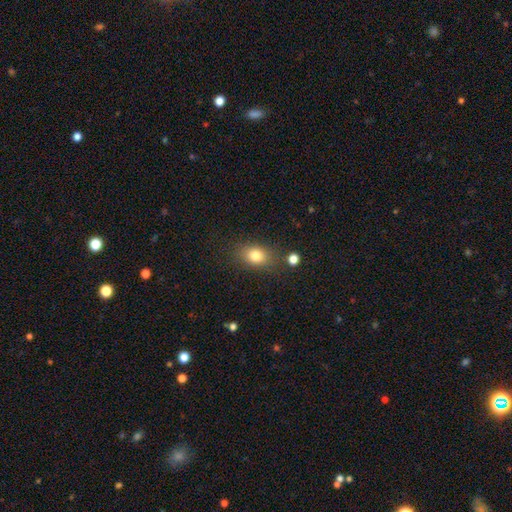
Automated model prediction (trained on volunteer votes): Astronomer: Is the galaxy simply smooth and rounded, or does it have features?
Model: smooth — 81%.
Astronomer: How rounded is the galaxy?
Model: in between — 68%.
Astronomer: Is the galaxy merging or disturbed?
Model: none — 79%.